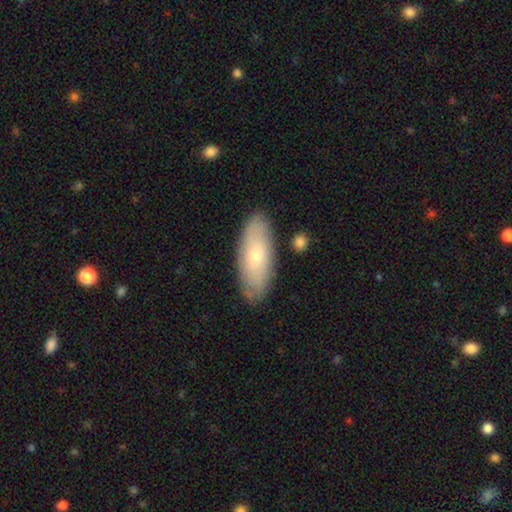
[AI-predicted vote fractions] This is likely a smooth galaxy (62%). How rounded: likely in between (76%). Merging: clearly none (82%).